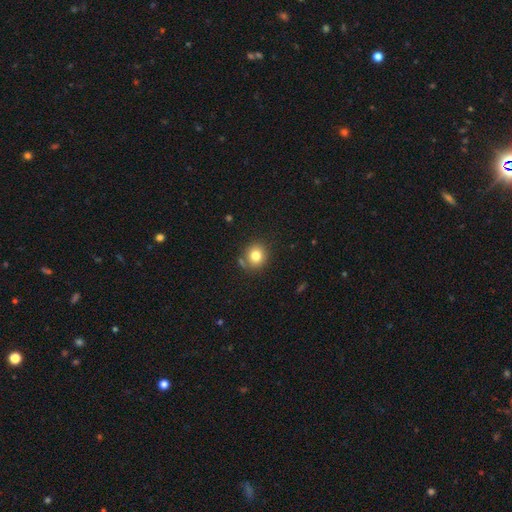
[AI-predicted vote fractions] Smooth or featured? smooth (79%)
How rounded? round (85%)
Merging? none (78%)